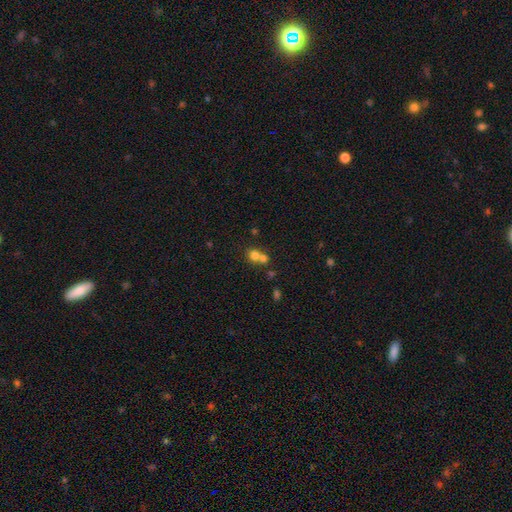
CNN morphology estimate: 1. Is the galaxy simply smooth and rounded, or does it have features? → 72% smooth, 14% star or artifact, 14% featured or disk.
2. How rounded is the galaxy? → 81% round, 18% in between, 1% cigar-shaped.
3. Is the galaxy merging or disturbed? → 57% merger, 35% none, 5% minor disturbance, 3% major disturbance.